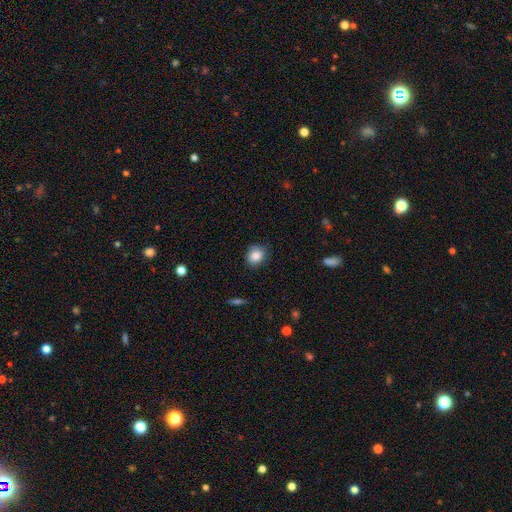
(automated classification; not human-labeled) Morphology: type=smooth (86%); roundness=round (67%); merging=none (81%).